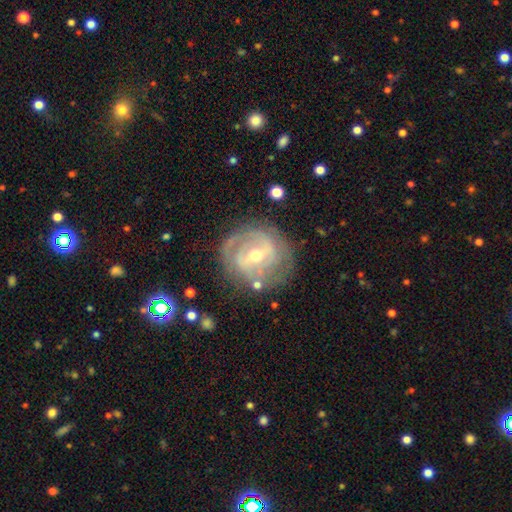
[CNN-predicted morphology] Smooth or featured? Predicted: featured or disk (p=0.81). Edge-on disk? Predicted: no (p=0.96). Bar? Predicted: weak (p=0.48). Spiral arms? Predicted: yes (p=0.84). Spiral winding? Predicted: tight (p=0.61). Spiral arm count? Predicted: 2 (p=0.44). Bulge size? Predicted: moderate (p=0.58). Merging? Predicted: none (p=0.73).